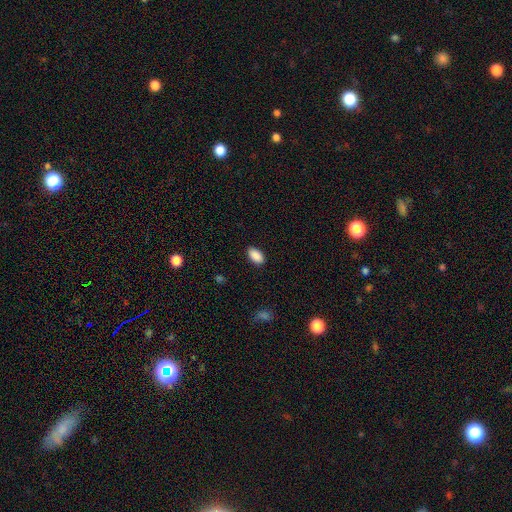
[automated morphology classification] smooth-or-featured: smooth: 90% | star or artifact: 7% | featured or disk: 3%
  how-rounded: in between: 94% | round: 4% | cigar-shaped: 2%
  merging: none: 89% | minor disturbance: 8% | major disturbance: 2% | merger: 1%